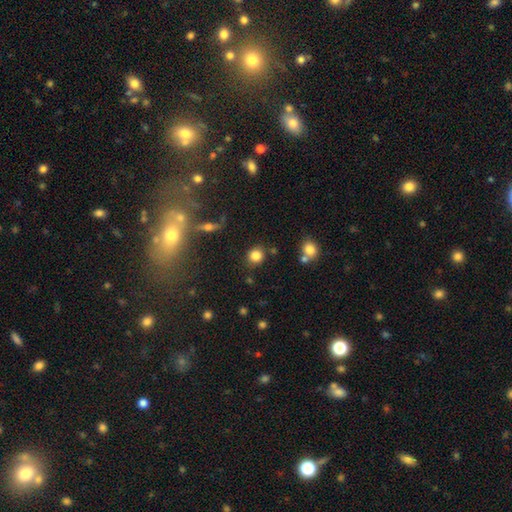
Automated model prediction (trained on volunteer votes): Smooth or featured: smooth — 81% (star or artifact — 12%)
How rounded: round — 87% (in between — 11%)
Merging: none — 83% (minor disturbance — 9%)